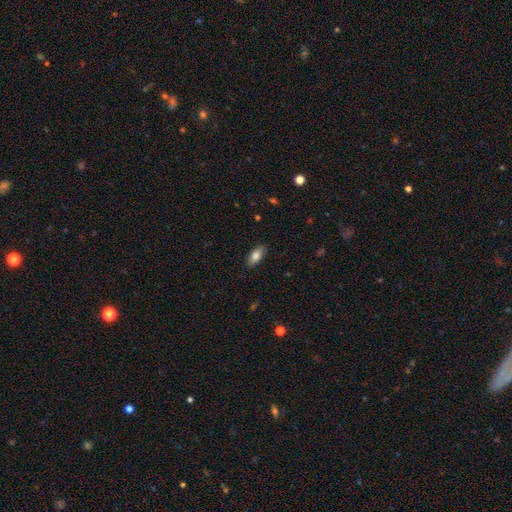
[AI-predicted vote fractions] This appears to be a smooth galaxy with no disk features (82%) that is in between round and cigar-shaped (86%). Merging: none (86%).